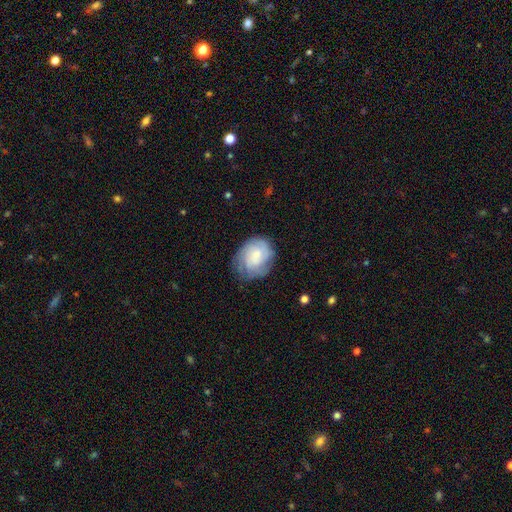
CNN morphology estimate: The model was most divided on "smooth or featured": featured or disk: 51%, smooth: 42%, star or artifact: 8%. More confident: edge-on disk — no (97%); merging — none (62%).